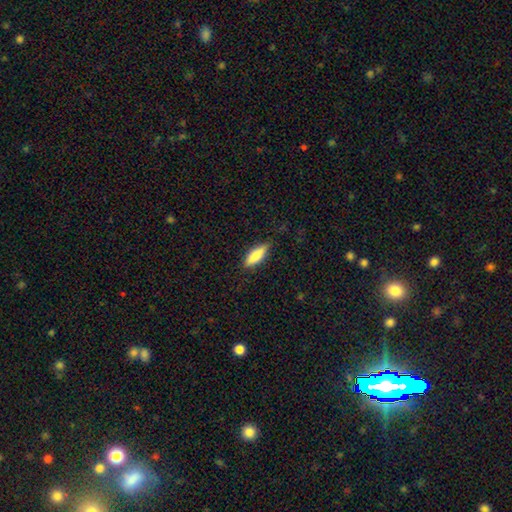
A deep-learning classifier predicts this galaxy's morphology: smooth-or-featured: smooth: 76% | featured or disk: 18% | star or artifact: 6%
  how-rounded: in between: 49% (tied) | cigar-shaped: 49% (tied) | round: 2%
  merging: none: 83% | minor disturbance: 13% | major disturbance: 3% | merger: 1%